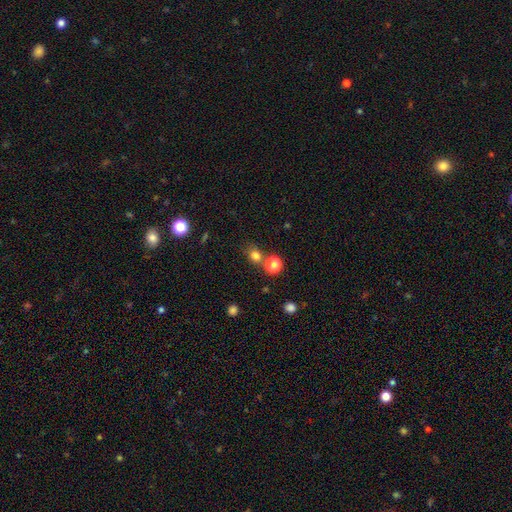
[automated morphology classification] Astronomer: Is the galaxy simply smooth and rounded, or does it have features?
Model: smooth — 76%.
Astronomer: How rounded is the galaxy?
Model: round — 74%.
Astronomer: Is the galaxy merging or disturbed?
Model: none — 63%.